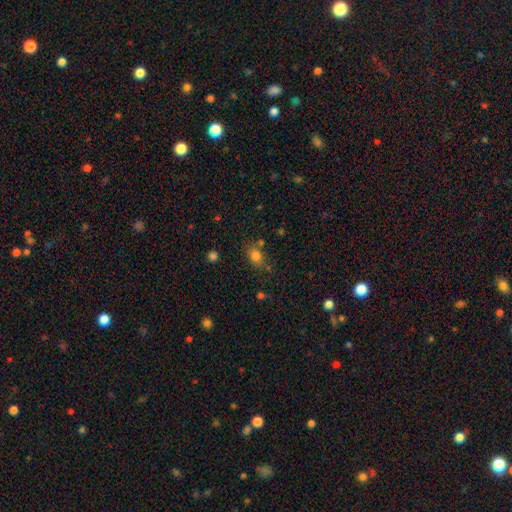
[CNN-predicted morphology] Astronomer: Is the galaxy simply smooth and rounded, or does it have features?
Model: smooth — 79%.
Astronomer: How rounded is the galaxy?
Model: in between — 60% (runner-up: round, 39%).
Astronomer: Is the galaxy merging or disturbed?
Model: none — 65%.